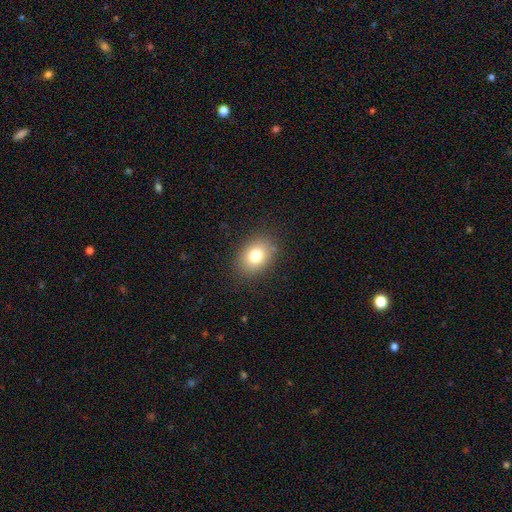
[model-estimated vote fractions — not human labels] smooth_or_featured: smooth (p=0.78) [alt: featured or disk p=0.11]
how_rounded: in between (p=0.70) [alt: round p=0.29]
merging: none (p=0.86) [alt: minor disturbance p=0.10]